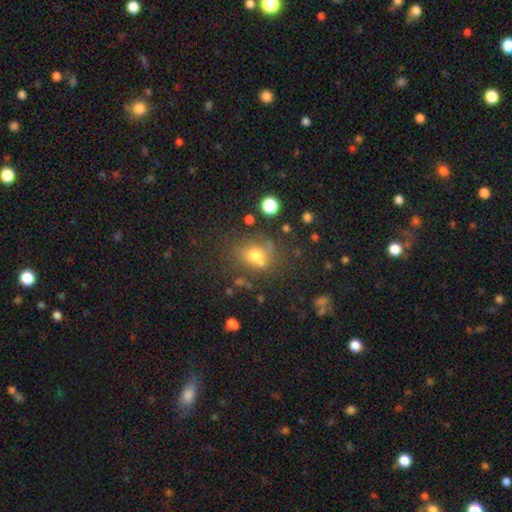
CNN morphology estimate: smooth_or_featured: smooth (p=0.68) [alt: star or artifact p=0.17]
how_rounded: round (p=0.59) [alt: in between p=0.40]
merging: none (p=0.57) [alt: minor disturbance p=0.19]